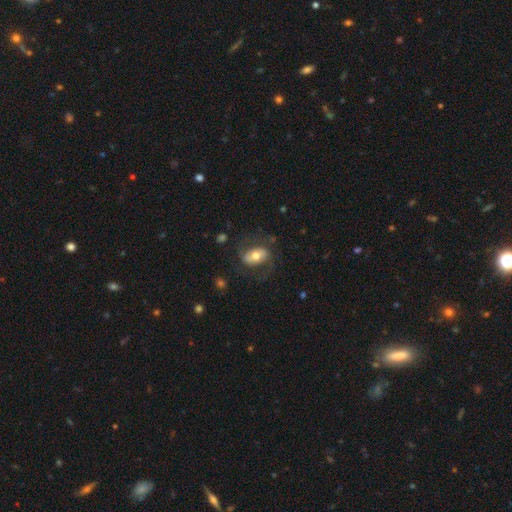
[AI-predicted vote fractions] smooth-or-featured: featured or disk: 47% | smooth: 46% | star or artifact: 7%
  merging: none: 66% | minor disturbance: 17% | major disturbance: 15% | merger: 2%